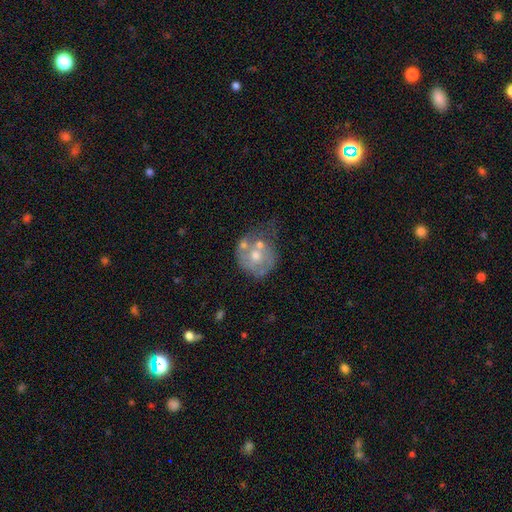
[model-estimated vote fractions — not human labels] Q: Smooth or featured?
A: featured or disk (56%); runner-up: smooth (36%)
Q: Edge-on disk?
A: no (97%); runner-up: yes (3%)
Q: Bar?
A: no (86%); runner-up: weak (11%)
Q: Spiral arms?
A: no (65%); runner-up: yes (35%)
Q: Bulge size?
A: moderate (66%); runner-up: small (25%)
Q: Merging?
A: merger (36%); runner-up: none (28%)